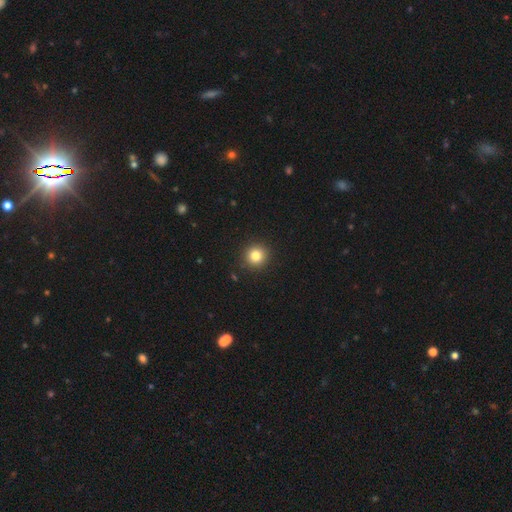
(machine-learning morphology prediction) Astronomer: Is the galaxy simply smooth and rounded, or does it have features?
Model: smooth — 82%.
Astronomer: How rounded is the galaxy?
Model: round — 94%.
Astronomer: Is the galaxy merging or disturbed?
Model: none — 92%.